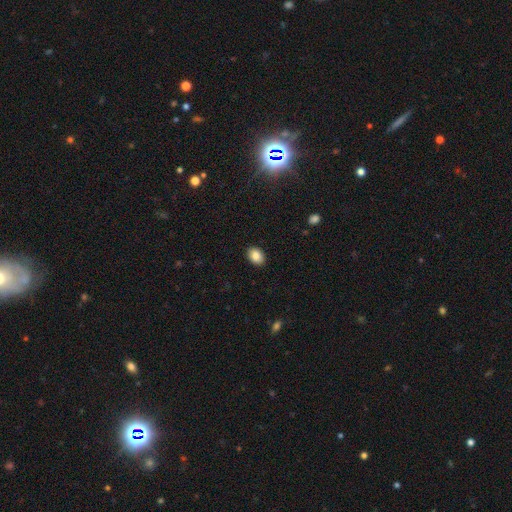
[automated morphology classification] smooth 86%, star or artifact 8%, featured or disk 6%. Down the decision tree: how rounded — in between (75%); merging — none (90%).